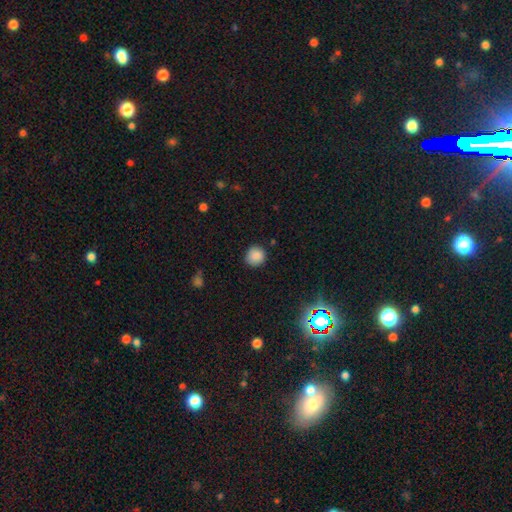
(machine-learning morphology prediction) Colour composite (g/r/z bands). It shows a smooth galaxy with no disk features (86%) that is round (92%). Merging: none (87%).